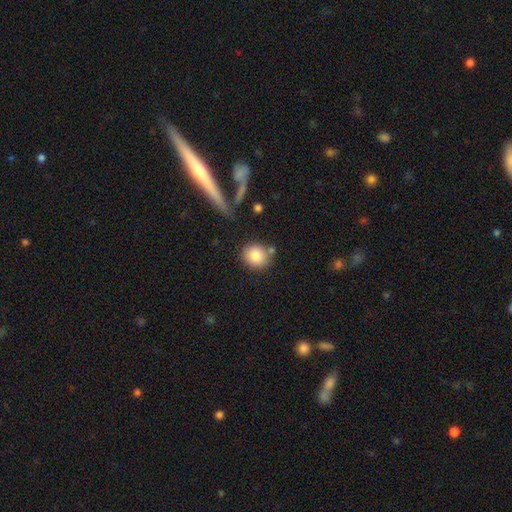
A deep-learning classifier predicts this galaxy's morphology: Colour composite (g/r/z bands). It shows a smooth galaxy with no disk features (83%) that is round (79%). Merging: none (74%).